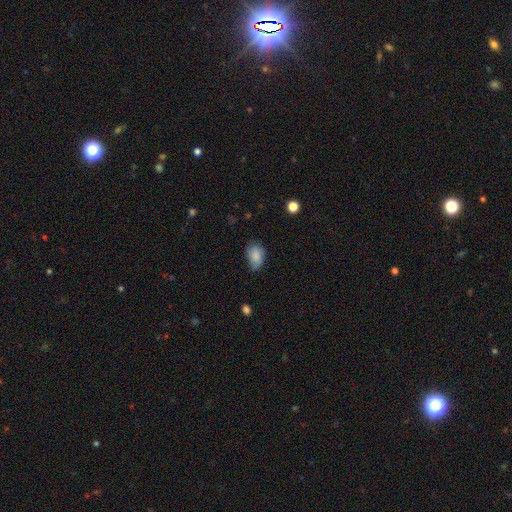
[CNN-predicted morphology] This appears to be a smooth galaxy with no disk features (81%) that is in between round and cigar-shaped (87%). Merging: none (60%).